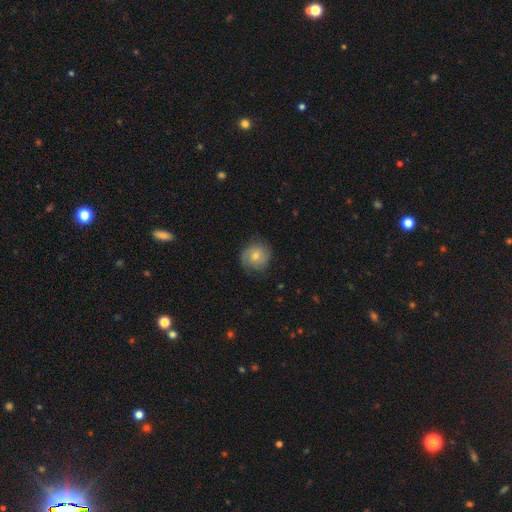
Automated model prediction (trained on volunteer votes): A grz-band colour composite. It shows a featured or disk galaxy (47%). Merging: none (78%).